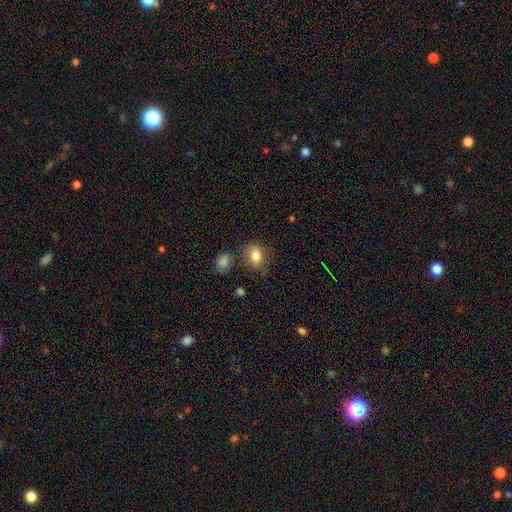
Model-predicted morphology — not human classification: The model was most divided on "how rounded": in between: 61%, round: 37%, cigar-shaped: 1%. More confident: smooth or featured — smooth (80%); merging — none (71%).